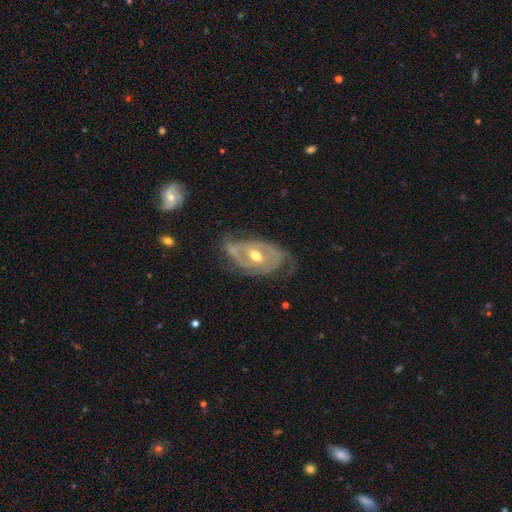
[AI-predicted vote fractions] Smooth or featured?
  - featured or disk: 84% *
  - smooth: 11%
  - star or artifact: 5%
Edge-on disk?
  - no: 94% *
  - yes: 6%
Bar?
  - no: 42% *
  - weak: 40%
  - strong: 18%
Spiral arms?
  - yes: 85% *
  - no: 15%
Spiral winding?
  - tight: 48% *
  - medium: 36%
  - loose: 16%
Spiral arm count?
  - 2: 54% *
  - can't tell: 22%
  - 3: 11%
  - 1: 7%
  - 4: 3%
  - more than 4: 3%
Bulge size?
  - moderate: 77% *
  - small: 16%
  - large: 5%
  - none: 1%
  - dominant: 1%
Merging?
  - none: 56% *
  - minor disturbance: 26%
  - major disturbance: 16%
  - merger: 2%